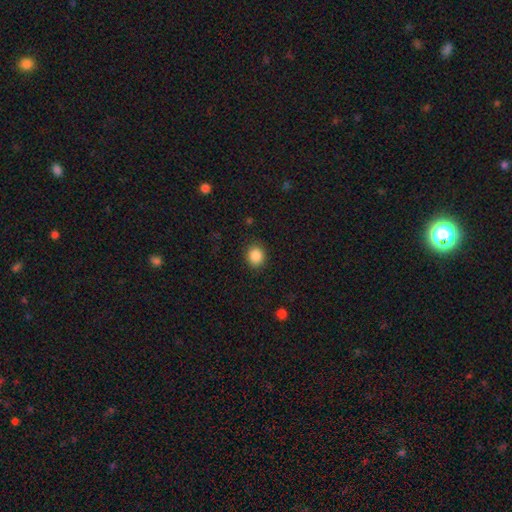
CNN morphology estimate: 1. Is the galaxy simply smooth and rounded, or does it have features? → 88% smooth, 9% star or artifact, 3% featured or disk.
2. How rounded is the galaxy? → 74% round, 25% in between, 1% cigar-shaped.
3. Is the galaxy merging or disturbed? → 88% none, 8% minor disturbance, 3% major disturbance, 1% merger.